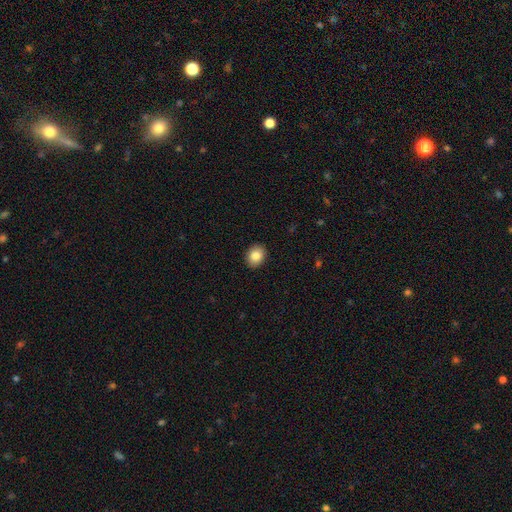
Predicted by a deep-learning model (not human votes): This is clearly a smooth galaxy (85%). How rounded: possibly in between (53%). Merging: clearly none (91%).